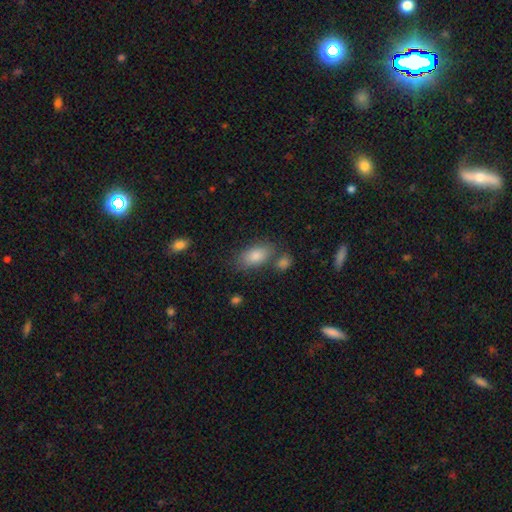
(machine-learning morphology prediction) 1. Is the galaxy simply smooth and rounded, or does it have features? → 83% smooth, 9% featured or disk, 8% star or artifact.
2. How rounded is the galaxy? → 90% in between, 5% cigar-shaped, 5% round.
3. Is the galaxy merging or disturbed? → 70% none, 14% minor disturbance, 12% merger, 4% major disturbance.